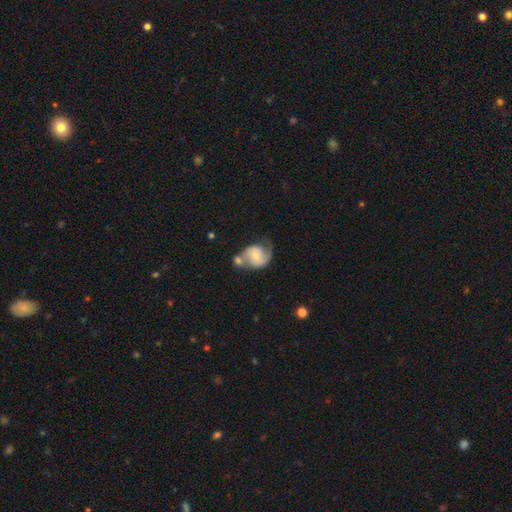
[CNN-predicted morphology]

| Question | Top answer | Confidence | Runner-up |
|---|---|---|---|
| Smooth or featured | featured or disk | 64% | smooth (29%) |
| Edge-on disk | no | 97% | yes (3%) |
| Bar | no | 63% | weak (31%) |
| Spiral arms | yes | 86% | no (14%) |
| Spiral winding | medium | 45% | loose (30%) |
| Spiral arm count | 2 | 72% | 1 (16%) |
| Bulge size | small | 49% | moderate (43%) |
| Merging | merger | 35% | none (33%) |